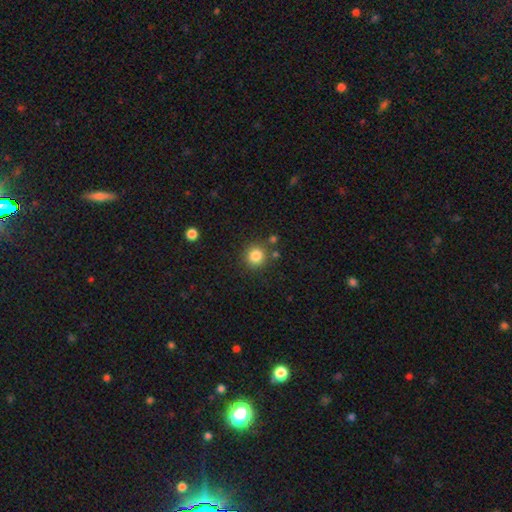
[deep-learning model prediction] A smooth galaxy with no disk features (84%) that is round (92%).

Vote fractions:
- Smooth or featured? smooth: 84% / star or artifact: 11% / featured or disk: 5%
- How rounded? round: 92% / in between: 8% / cigar-shaped: 1%
- Merging? none: 83% / minor disturbance: 8% / merger: 6% / major disturbance: 3%